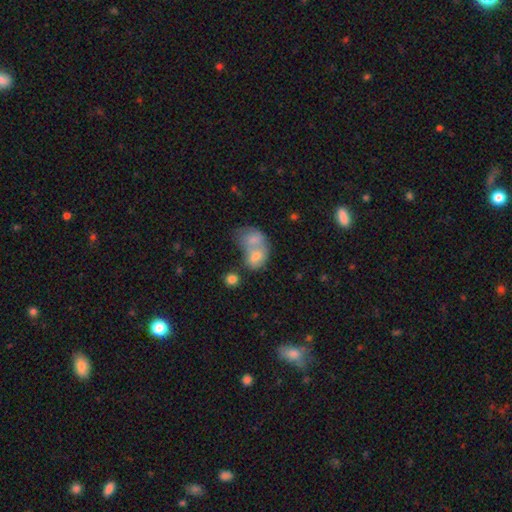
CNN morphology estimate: Smooth or featured? smooth (69%)
How rounded? in between (66%)
Merging? merger (70%)